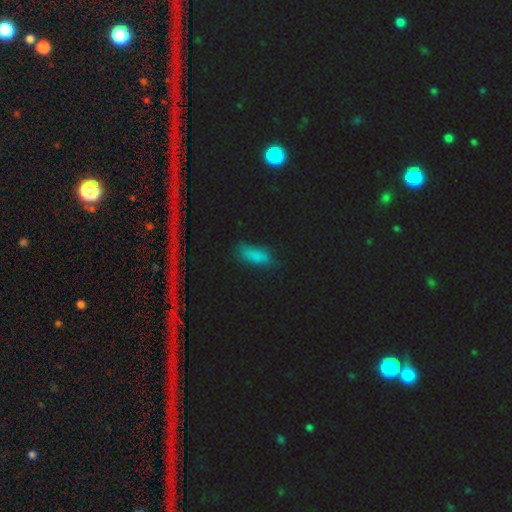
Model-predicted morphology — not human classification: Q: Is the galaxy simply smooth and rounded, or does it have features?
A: smooth — 75%.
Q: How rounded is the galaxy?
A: in between — 65%.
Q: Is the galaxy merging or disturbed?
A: none — 67%.